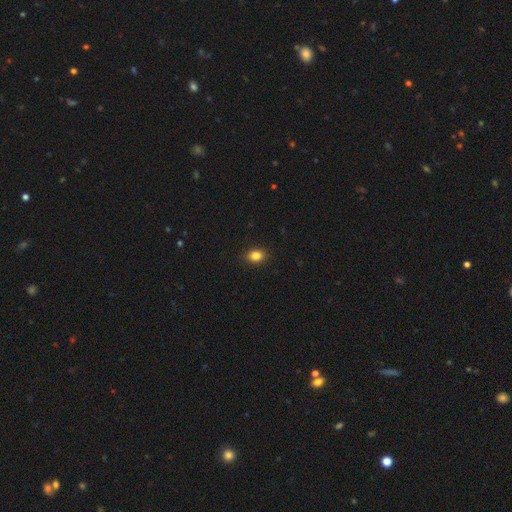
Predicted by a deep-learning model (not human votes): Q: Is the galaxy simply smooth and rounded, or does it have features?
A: smooth — 85%.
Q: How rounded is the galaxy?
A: in between — 66%.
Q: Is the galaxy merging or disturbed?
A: none — 89%.